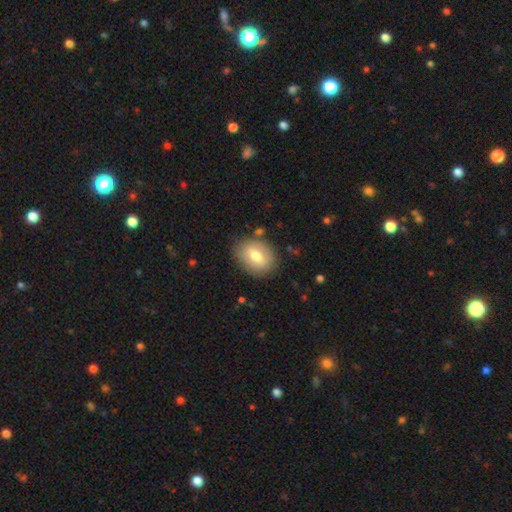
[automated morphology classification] type=smooth (67%); roundness=in between (60%); merging=none (82%).